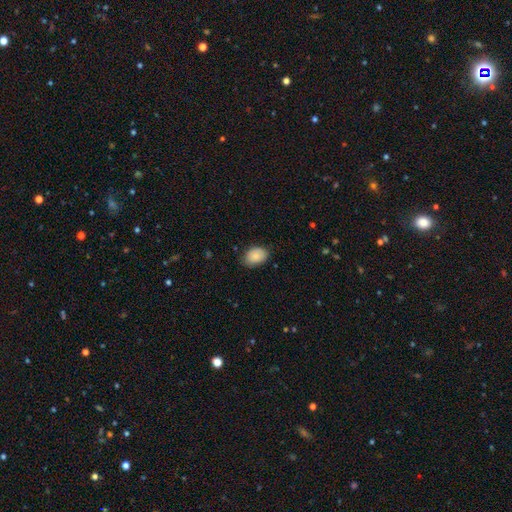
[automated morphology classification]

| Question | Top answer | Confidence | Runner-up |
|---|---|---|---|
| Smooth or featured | smooth | 83% | featured or disk (10%) |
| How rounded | in between | 83% | round (16%) |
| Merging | none | 77% | minor disturbance (18%) |